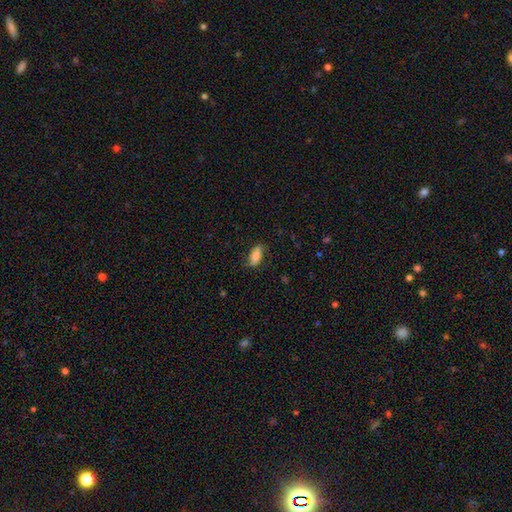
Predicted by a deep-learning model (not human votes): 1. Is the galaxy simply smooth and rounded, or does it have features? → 75% smooth, 18% featured or disk, 7% star or artifact.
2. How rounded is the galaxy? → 86% in between, 11% cigar-shaped, 3% round.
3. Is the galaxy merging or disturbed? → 74% none, 19% minor disturbance, 5% major disturbance, 1% merger.